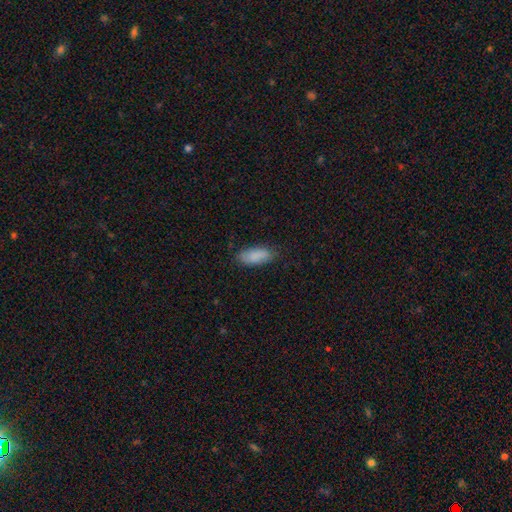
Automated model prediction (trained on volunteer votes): A smooth galaxy with no disk features (87%) that is in between round and cigar-shaped (86%).

Vote fractions:
- Smooth or featured? smooth: 87% / featured or disk: 7% / star or artifact: 6%
- How rounded? in between: 86% / cigar-shaped: 12% / round: 2%
- Merging? none: 77% / minor disturbance: 18% / major disturbance: 4% / merger: 1%